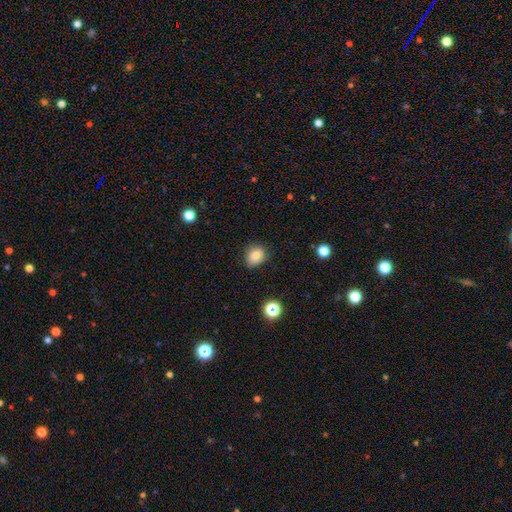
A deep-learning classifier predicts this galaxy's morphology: A smooth galaxy with no disk features (83%) that is round (55%).

Vote fractions:
- Smooth or featured? smooth: 83% / star or artifact: 11% / featured or disk: 5%
- How rounded? round: 55% / in between: 44% / cigar-shaped: 1%
- Merging? none: 80% / minor disturbance: 15% / major disturbance: 3% / merger: 2%